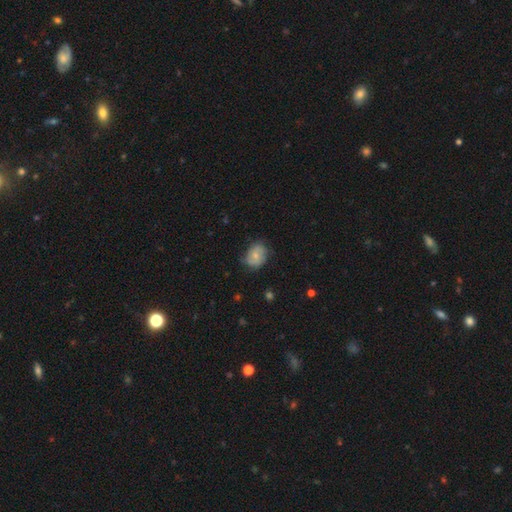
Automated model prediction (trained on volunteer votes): smooth-or-featured: smooth: 66% | featured or disk: 26% | star or artifact: 8%
  how-rounded: in between: 58% | round: 41% | cigar-shaped: 1%
  merging: none: 61% | minor disturbance: 31% | major disturbance: 7% | merger: 1%